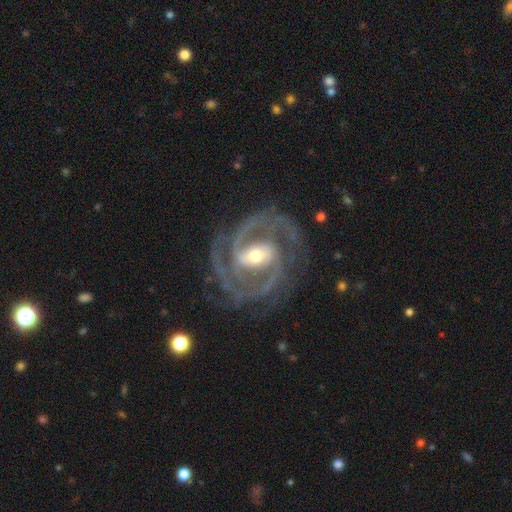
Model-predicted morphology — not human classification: featured or disk 92%, star or artifact 4%, smooth 4%. Down the decision tree: edge-on disk — no (97%); bar — strong (50%); spiral arms — yes (98%); spiral arm count — 2 (71%); spiral winding — medium (50%); bulge size — moderate (61%); merging — none (74%).